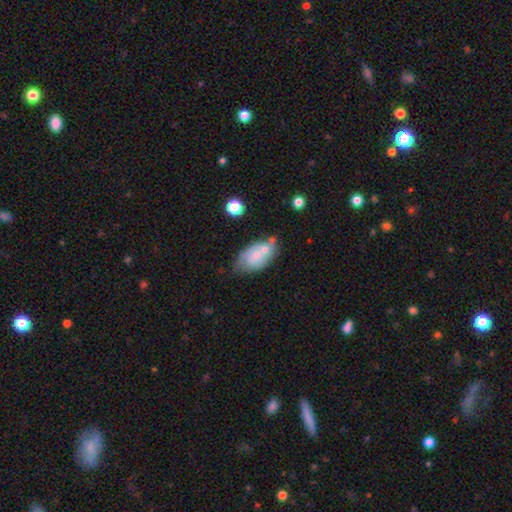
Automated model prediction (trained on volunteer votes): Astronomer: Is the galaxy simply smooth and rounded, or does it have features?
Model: smooth — 50% (runner-up: featured or disk, 42%).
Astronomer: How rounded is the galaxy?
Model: in between — 90%.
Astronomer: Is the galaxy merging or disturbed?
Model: none — 36% (runner-up: merger, 28%).